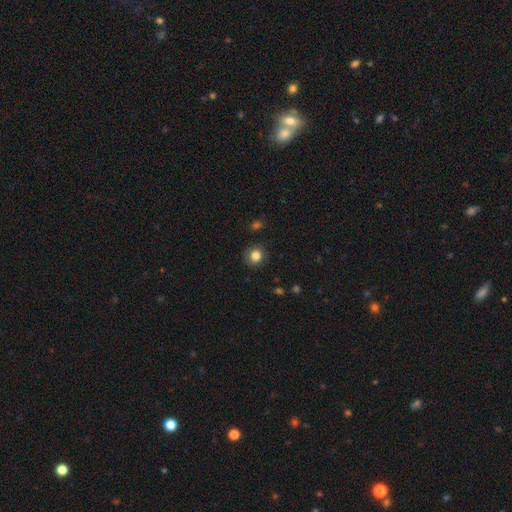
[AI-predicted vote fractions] Smooth or featured? Predicted: smooth (p=0.83). How rounded? Predicted: round (p=0.87). Merging? Predicted: none (p=0.87).